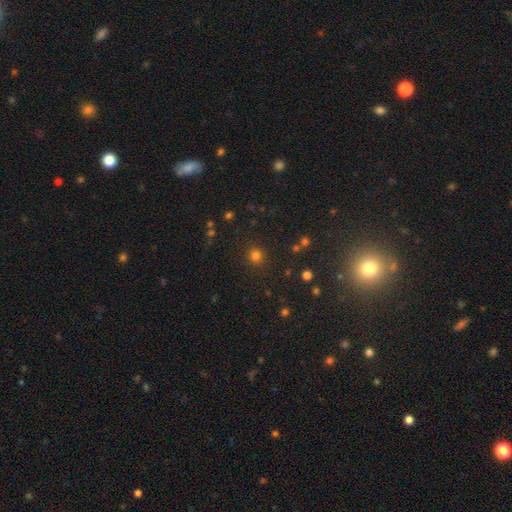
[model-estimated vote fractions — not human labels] Smooth or featured? smooth (78%)
How rounded? round (91%)
Merging? none (88%)